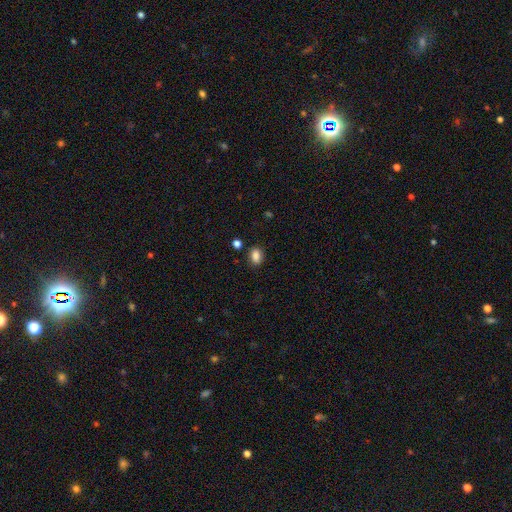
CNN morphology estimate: type=smooth (86%); roundness=in between (71%); merging=none (84%).